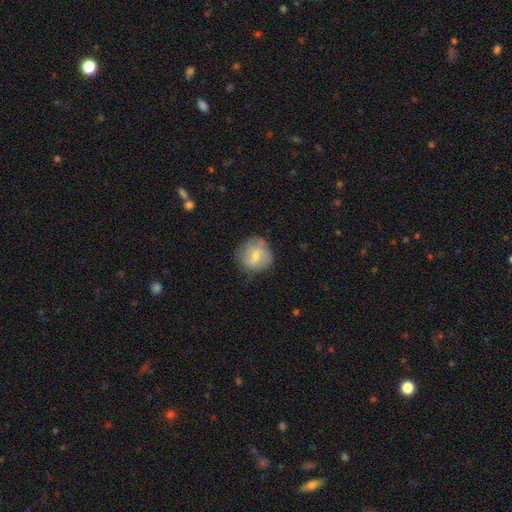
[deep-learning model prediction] A smooth galaxy with no disk features (58%) that is round (89%).

Vote fractions:
- Smooth or featured? smooth: 58% / featured or disk: 35% / star or artifact: 7%
- How rounded? round: 89% / in between: 10% / cigar-shaped: 1%
- Merging? none: 72% / minor disturbance: 20% / major disturbance: 6% / merger: 2%